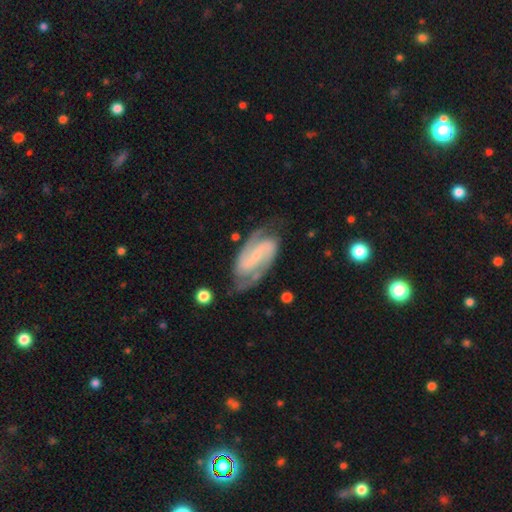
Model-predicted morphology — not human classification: Smooth or featured? Predicted: featured or disk (p=0.90). Edge-on disk? Predicted: no (p=0.97). Bar? Predicted: weak (p=0.39). Spiral arms? Predicted: yes (p=0.98). Spiral winding? Predicted: medium (p=0.52). Spiral arm count? Predicted: 2 (p=0.91). Bulge size? Predicted: small (p=0.72). Merging? Predicted: none (p=0.76).